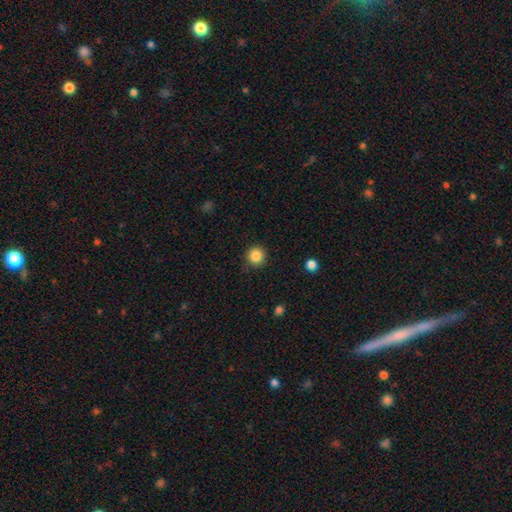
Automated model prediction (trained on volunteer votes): A smooth galaxy with no disk features (85%) that is round (95%). Merging: none (89%).